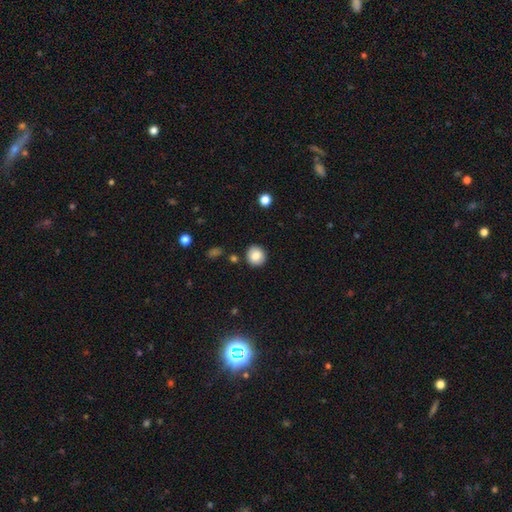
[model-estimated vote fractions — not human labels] Morphology: type=smooth (83%); roundness=round (90%); merging=none (89%).